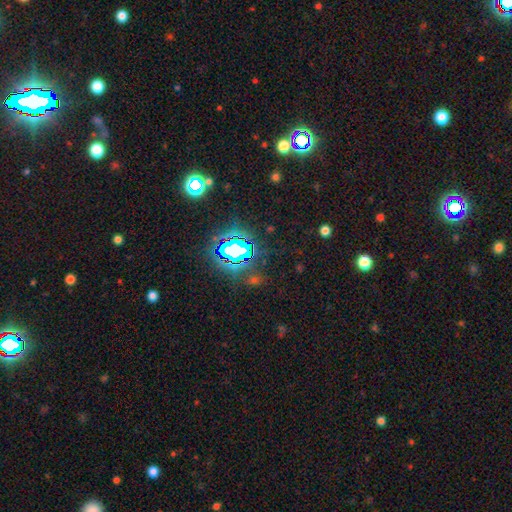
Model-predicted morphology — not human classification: Smooth or featured? Predicted: star or artifact (p=0.81).